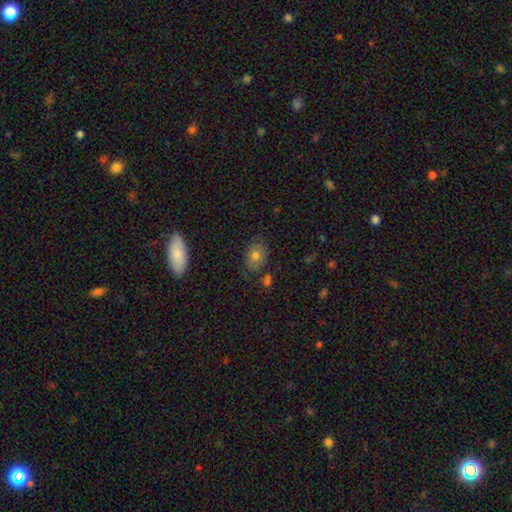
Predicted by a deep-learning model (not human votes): Smooth or featured? smooth (75%)
How rounded? in between (67%)
Merging? none (77%)